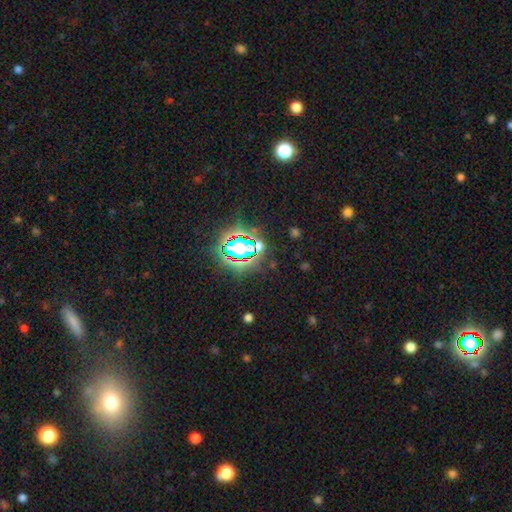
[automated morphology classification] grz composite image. It shows a star or artifact, not a galaxy (77%).